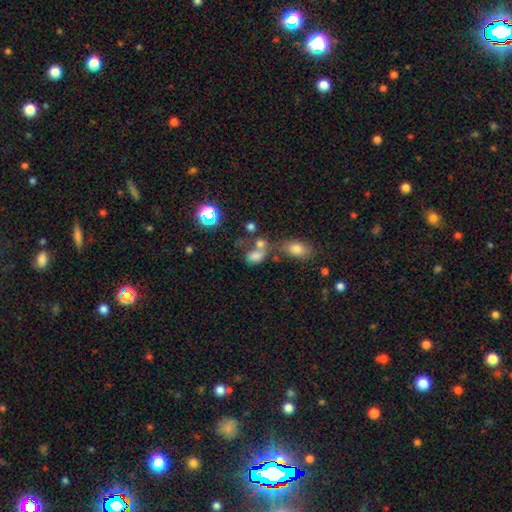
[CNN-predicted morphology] type=smooth (68%); roundness=in between (72%); merging=merger (45%).